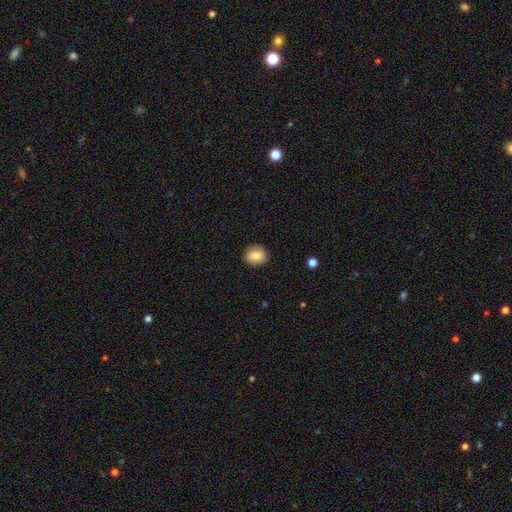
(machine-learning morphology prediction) smooth-or-featured: smooth: 80% | featured or disk: 11% | star or artifact: 8%
  how-rounded: round: 75% | in between: 24% | cigar-shaped: 1%
  merging: none: 88% | minor disturbance: 9% | major disturbance: 2% | merger: 1%